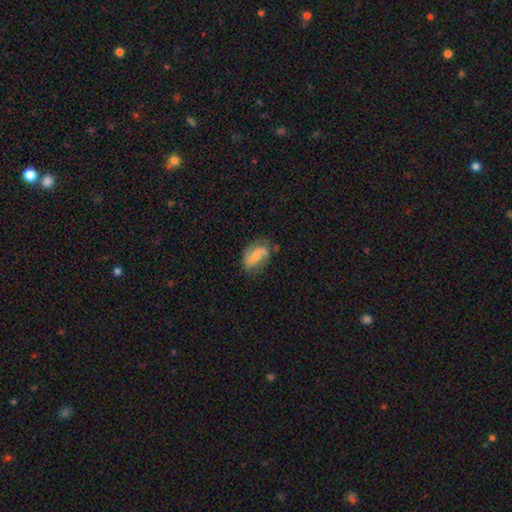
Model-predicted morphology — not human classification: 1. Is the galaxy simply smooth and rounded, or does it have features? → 66% featured or disk, 27% smooth, 7% star or artifact.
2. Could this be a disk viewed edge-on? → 97% no, 3% yes.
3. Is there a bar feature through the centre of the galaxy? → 46% no, 40% weak, 15% strong.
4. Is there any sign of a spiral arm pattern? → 91% yes, 9% no.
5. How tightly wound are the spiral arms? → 47% loose, 38% medium, 15% tight.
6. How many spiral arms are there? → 81% 2, 9% 1, 7% can't tell, 2% 3, 1% 4, 1% more than 4.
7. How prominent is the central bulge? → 47% small, 37% moderate, 11% none, 4% large, 1% dominant.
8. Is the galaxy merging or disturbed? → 62% none, 24% minor disturbance, 11% major disturbance, 2% merger.